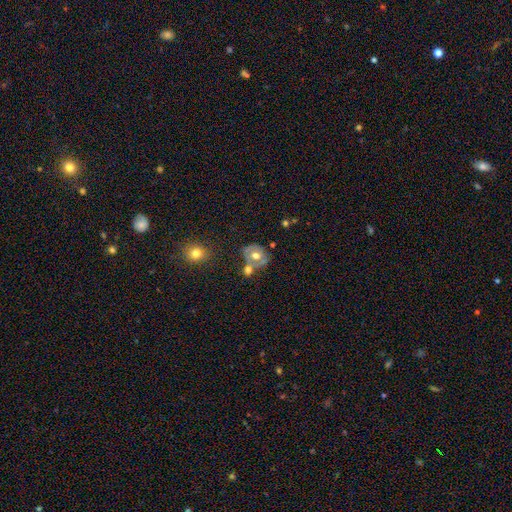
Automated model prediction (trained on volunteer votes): smooth-or-featured: featured or disk: 48% | smooth: 43% | star or artifact: 9%
  merging: none: 44% | merger: 31% | minor disturbance: 17% | major disturbance: 8%